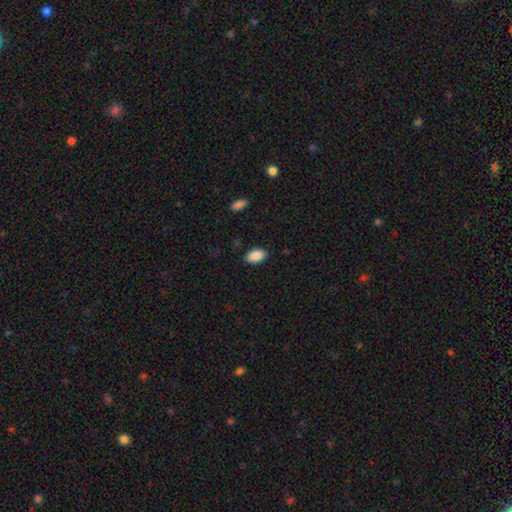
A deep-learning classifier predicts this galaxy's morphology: A smooth galaxy with no disk features (89%) that is in between round and cigar-shaped (93%). Merging: none (87%).